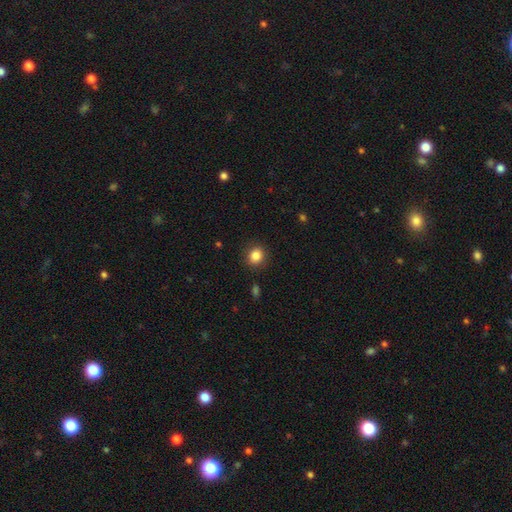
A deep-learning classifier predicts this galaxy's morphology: This appears to be a smooth galaxy with no disk features (85%) that is round (77%). Merging: none (89%).